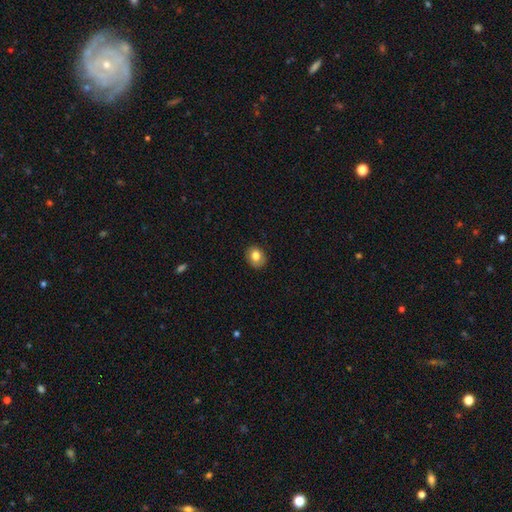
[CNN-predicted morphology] type=smooth (81%); roundness=round (57%); merging=none (87%).